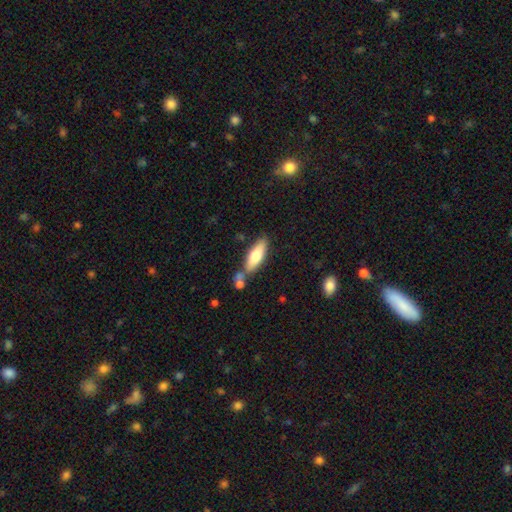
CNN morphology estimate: Smooth or featured: smooth — 70% (featured or disk — 24%)
How rounded: in between — 54% (cigar-shaped — 44%)
Merging: none — 64% (merger — 17%)